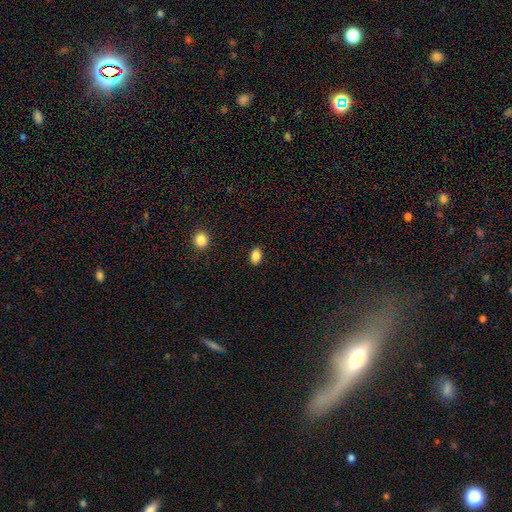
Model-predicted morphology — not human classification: A smooth galaxy with no disk features (86%) that is in between round and cigar-shaped (85%).

Vote fractions:
- Smooth or featured? smooth: 86% / star or artifact: 9% / featured or disk: 5%
- How rounded? in between: 85% / round: 13% / cigar-shaped: 2%
- Merging? none: 89% / minor disturbance: 7% / major disturbance: 2% / merger: 1%